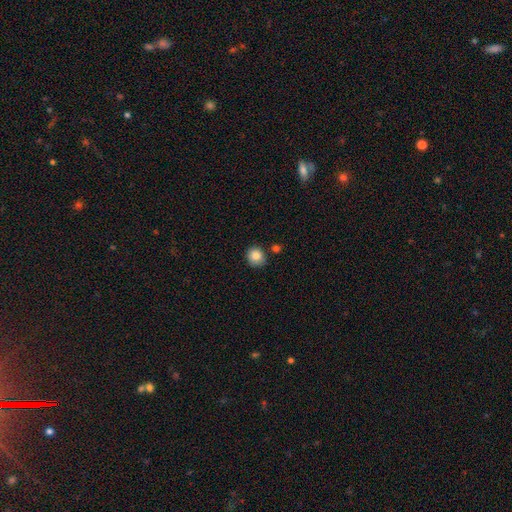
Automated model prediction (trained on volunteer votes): smooth_or_featured: smooth (p=0.86) [alt: star or artifact p=0.09]
how_rounded: round (p=0.86) [alt: in between p=0.13]
merging: none (p=0.78) [alt: minor disturbance p=0.14]